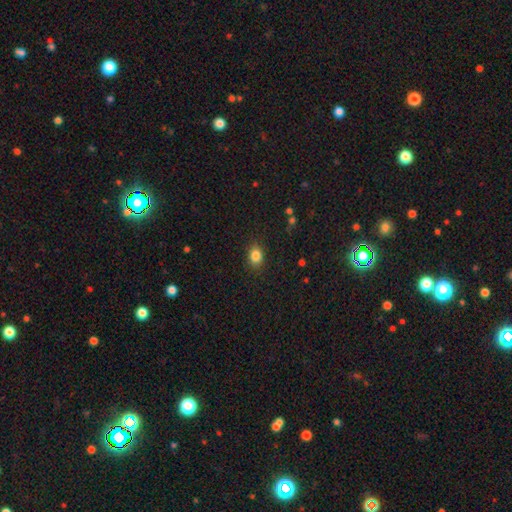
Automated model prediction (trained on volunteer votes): smooth 84%, star or artifact 11%, featured or disk 5%. Down the decision tree: how rounded — in between (64%); merging — none (85%).